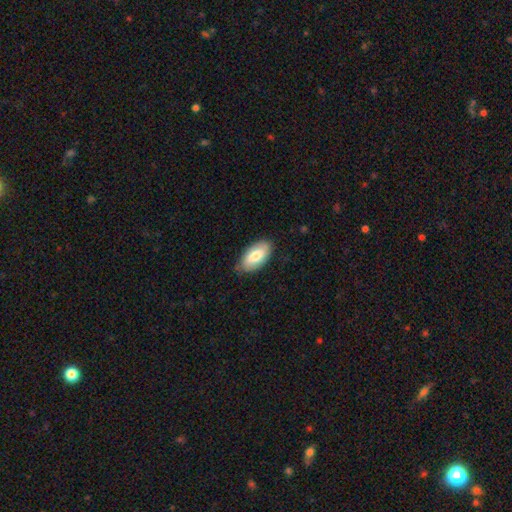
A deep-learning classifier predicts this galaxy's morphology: The model was most divided on "smooth or featured": smooth: 77%, featured or disk: 18%, star or artifact: 5%. More confident: how rounded — in between (93%); merging — none (81%).